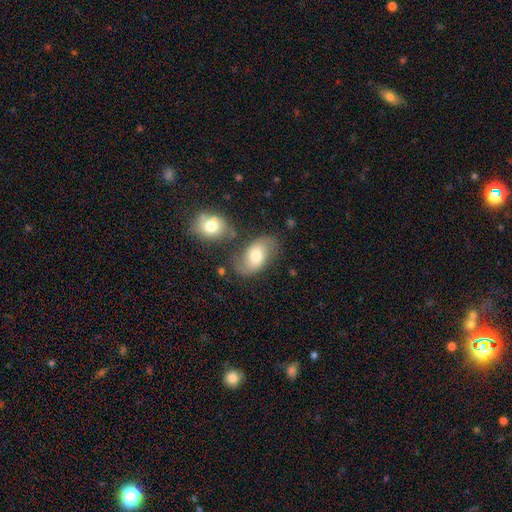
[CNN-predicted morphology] This appears to be a smooth galaxy with no disk features (51%) that is in between round and cigar-shaped (88%). Merging: none (63%).